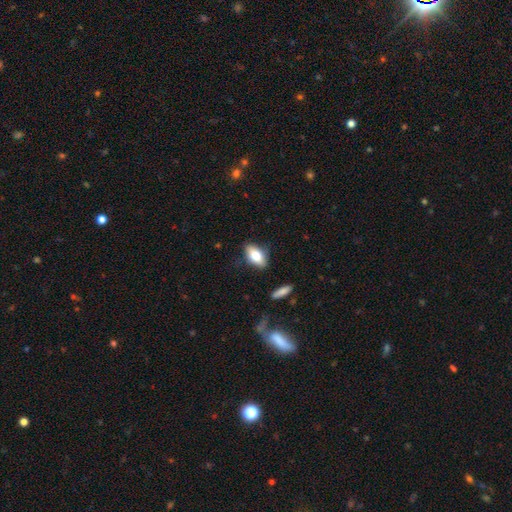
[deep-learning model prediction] smooth-or-featured: smooth: 74% | featured or disk: 19% | star or artifact: 7%
  how-rounded: in between: 87% | cigar-shaped: 7% | round: 5%
  merging: none: 80% | minor disturbance: 15% | major disturbance: 3% | merger: 2%